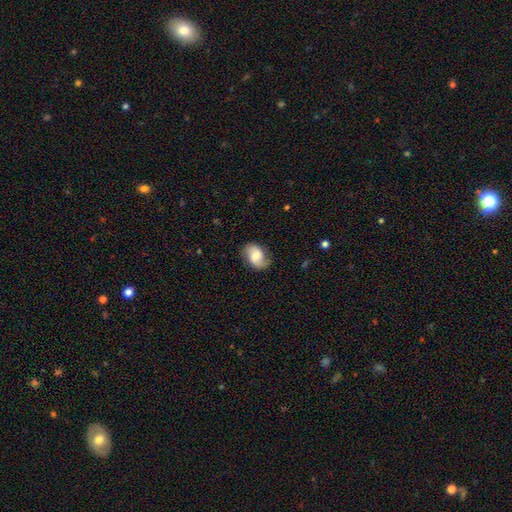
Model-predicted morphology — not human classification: Smooth or featured? Predicted: featured or disk (p=0.49). Merging? Predicted: none (p=0.74).